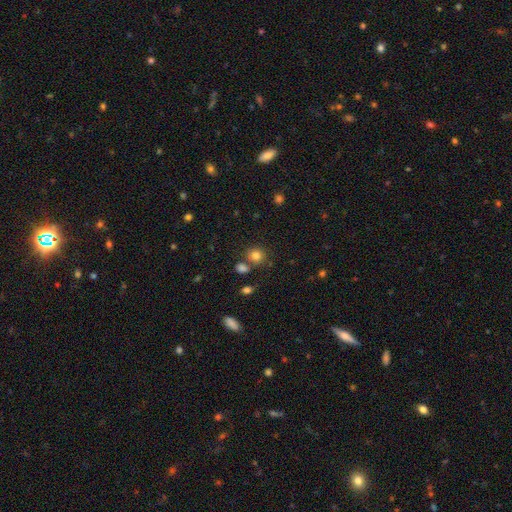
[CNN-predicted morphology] Smooth or featured? Predicted: smooth (p=0.80). How rounded? Predicted: round (p=0.81). Merging? Predicted: none (p=0.69).